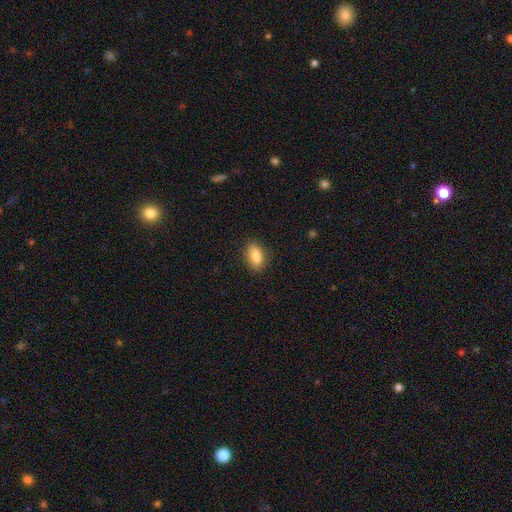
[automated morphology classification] smooth-or-featured: smooth: 86% | star or artifact: 7% | featured or disk: 6%
  how-rounded: in between: 87% | cigar-shaped: 7% | round: 6%
  merging: none: 84% | minor disturbance: 12% | major disturbance: 3% | merger: 1%